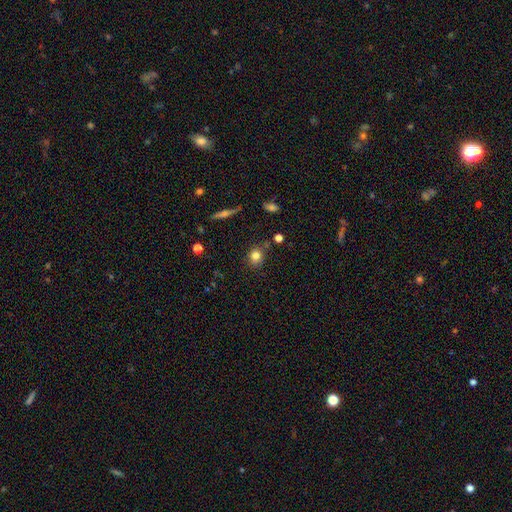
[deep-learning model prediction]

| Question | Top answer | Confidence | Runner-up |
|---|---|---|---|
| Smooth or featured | smooth | 80% | star or artifact (11%) |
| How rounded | round | 72% | in between (26%) |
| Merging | none | 78% | minor disturbance (14%) |